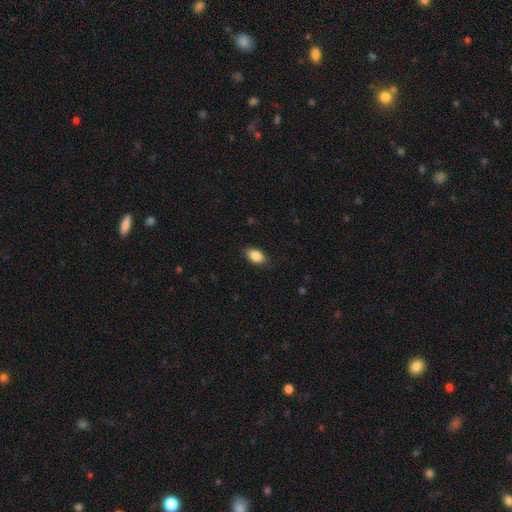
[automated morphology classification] smooth-or-featured: smooth: 88% | star or artifact: 7% | featured or disk: 5%
  how-rounded: in between: 90% | round: 8% | cigar-shaped: 2%
  merging: none: 86% | minor disturbance: 11% | major disturbance: 2% | merger: 1%